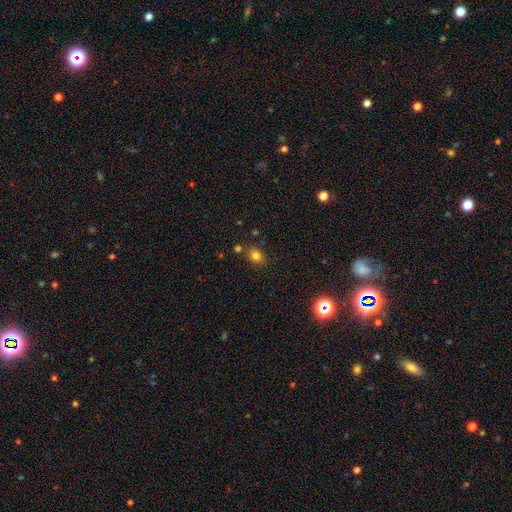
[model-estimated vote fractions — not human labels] A smooth galaxy with no disk features (80%) that is round (55%).

Vote fractions:
- Smooth or featured? smooth: 80% / star or artifact: 14% / featured or disk: 6%
- How rounded? round: 55% / in between: 44% / cigar-shaped: 1%
- Merging? none: 78% / minor disturbance: 12% / merger: 8% / major disturbance: 3%